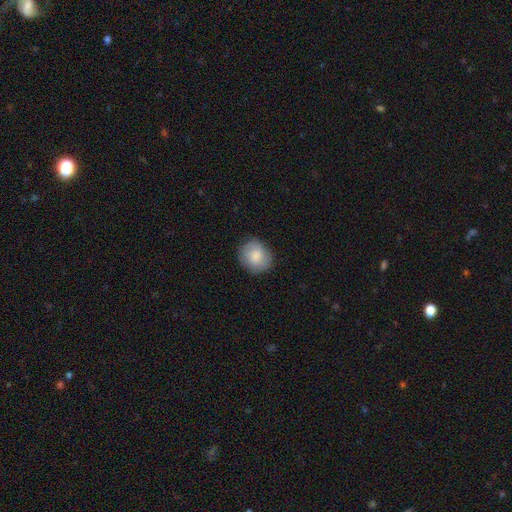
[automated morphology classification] smooth-or-featured: smooth: 85% | featured or disk: 8% | star or artifact: 7%
  how-rounded: round: 75% | in between: 25% | cigar-shaped: 1%
  merging: none: 84% | minor disturbance: 12% | major disturbance: 3% | merger: 1%